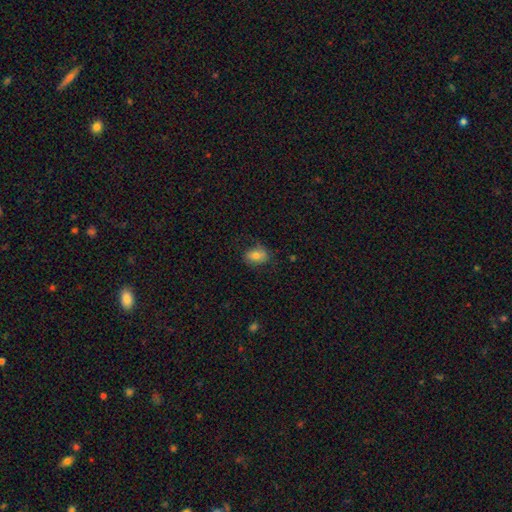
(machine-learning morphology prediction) smooth_or_featured: smooth (p=0.76) [alt: featured or disk p=0.15]
how_rounded: in between (p=0.80) [alt: round p=0.18]
merging: none (p=0.72) [alt: minor disturbance p=0.20]